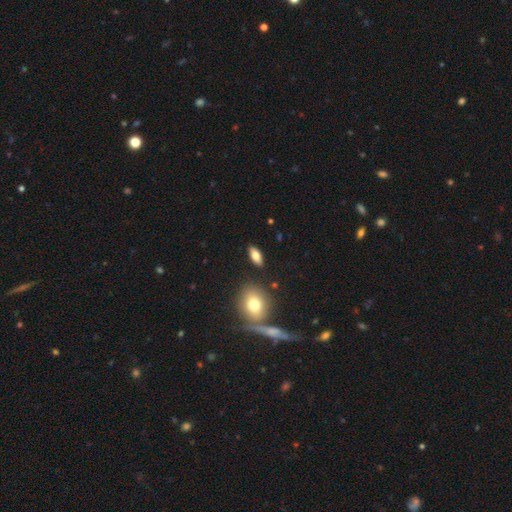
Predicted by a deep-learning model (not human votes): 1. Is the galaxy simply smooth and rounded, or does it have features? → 76% smooth, 16% featured or disk, 8% star or artifact.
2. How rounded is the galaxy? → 80% in between, 15% cigar-shaped, 4% round.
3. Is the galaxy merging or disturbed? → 86% none, 9% minor disturbance, 3% merger, 2% major disturbance.